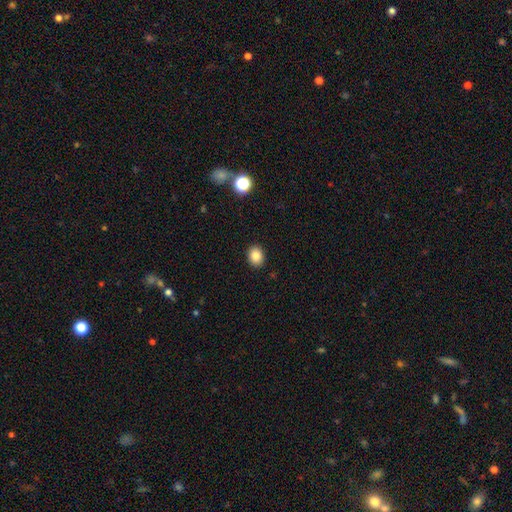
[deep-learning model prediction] smooth 85%, star or artifact 10%, featured or disk 5%. Down the decision tree: how rounded — in between (54%); merging — none (90%).